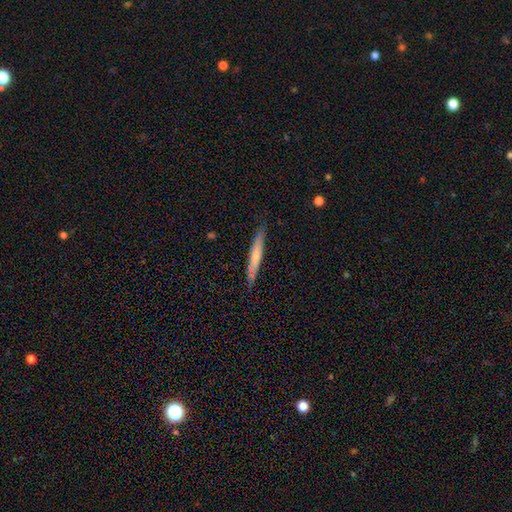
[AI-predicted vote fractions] Smooth or featured? smooth (60%)
How rounded? cigar-shaped (94%)
Merging? none (83%)